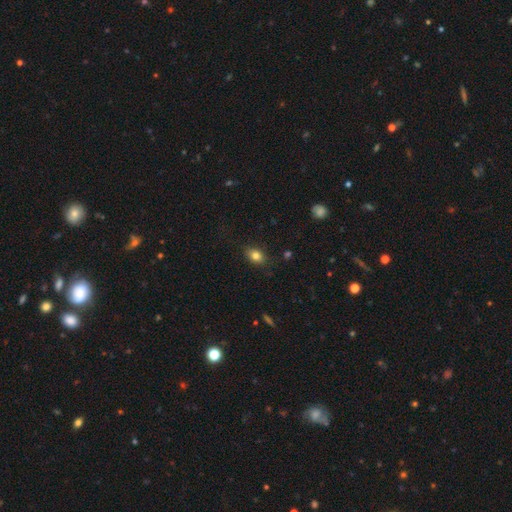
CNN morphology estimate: Smooth or featured?
  - smooth: 82% *
  - star or artifact: 10%
  - featured or disk: 8%
How rounded?
  - in between: 70% *
  - round: 28%
  - cigar-shaped: 1%
Merging?
  - none: 83% *
  - minor disturbance: 13%
  - major disturbance: 3%
  - merger: 1%